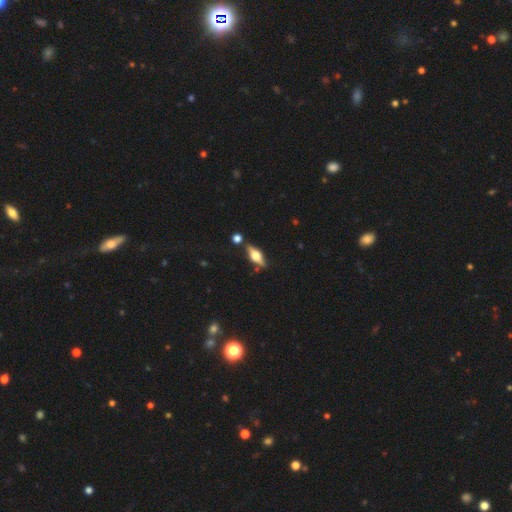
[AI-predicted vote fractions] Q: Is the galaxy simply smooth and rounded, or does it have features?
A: featured or disk — 56%.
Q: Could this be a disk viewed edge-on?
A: yes — 91%.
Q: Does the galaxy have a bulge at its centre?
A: rounded — 92%.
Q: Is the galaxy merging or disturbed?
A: none — 79%.